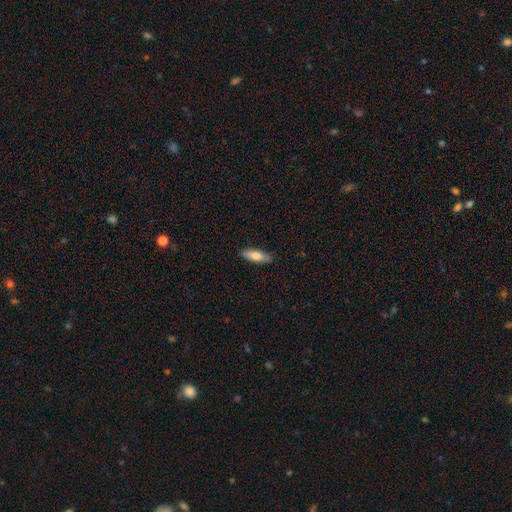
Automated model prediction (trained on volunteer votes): This is likely a smooth galaxy (78%). How rounded: likely in between (61%). Merging: clearly none (87%).